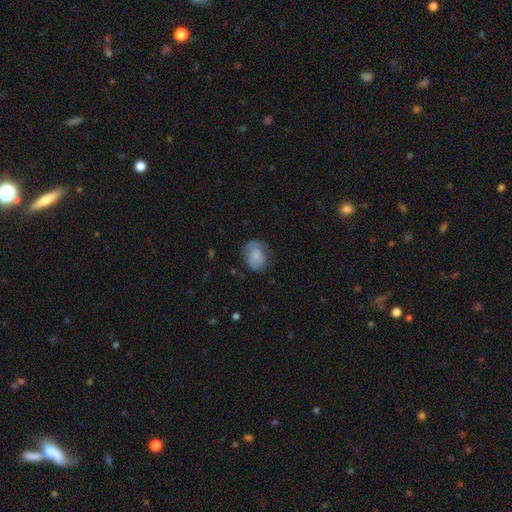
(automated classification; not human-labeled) Smooth or featured? smooth (68%)
How rounded? round (50%)
Merging? none (52%)